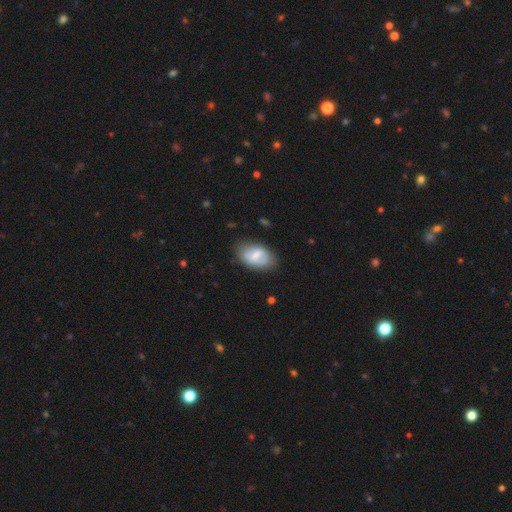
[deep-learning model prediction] Smooth or featured? Predicted: smooth (p=0.57). How rounded? Predicted: in between (p=0.91). Merging? Predicted: none (p=0.74).